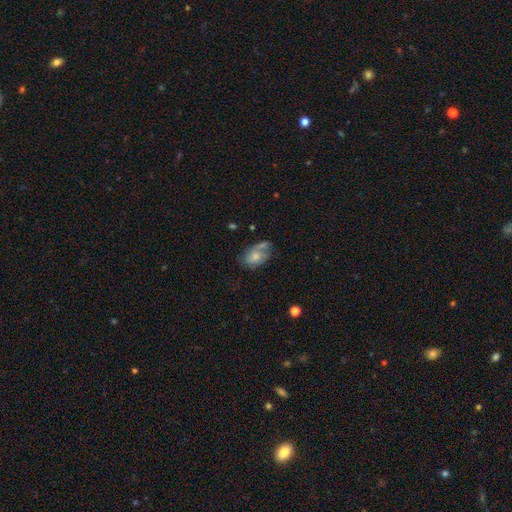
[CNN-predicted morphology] Smooth or featured? Predicted: smooth (p=0.55). How rounded? Predicted: in between (p=0.82). Merging? Predicted: none (p=0.41).